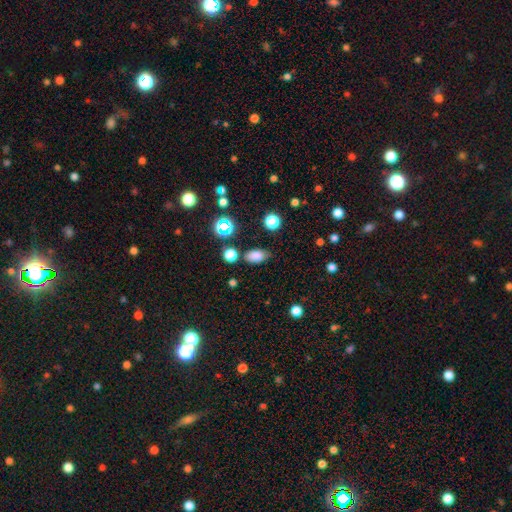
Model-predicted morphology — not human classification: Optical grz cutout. It shows a smooth galaxy with no disk features (79%) that is in between round and cigar-shaped (86%). Merging: none (78%).